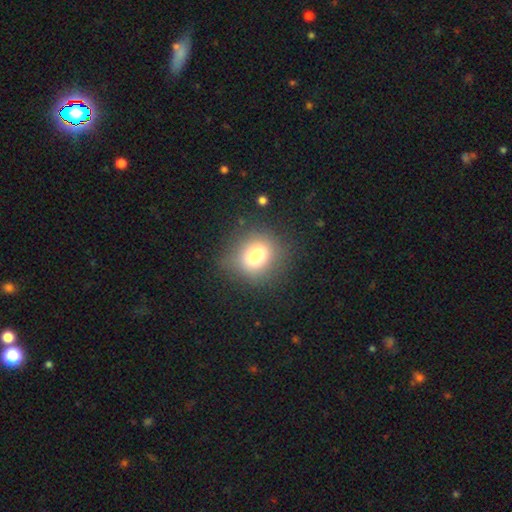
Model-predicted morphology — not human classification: type=smooth (73%); roundness=round (59%); merging=none (76%).